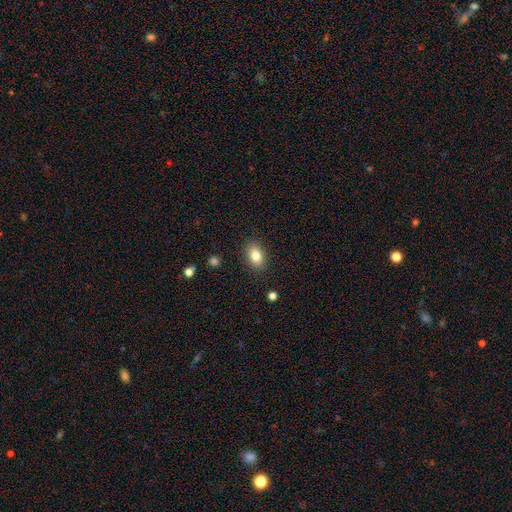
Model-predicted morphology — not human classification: Smooth or featured: smooth — 83% (featured or disk — 9%)
How rounded: in between — 84% (round — 14%)
Merging: none — 88% (minor disturbance — 9%)